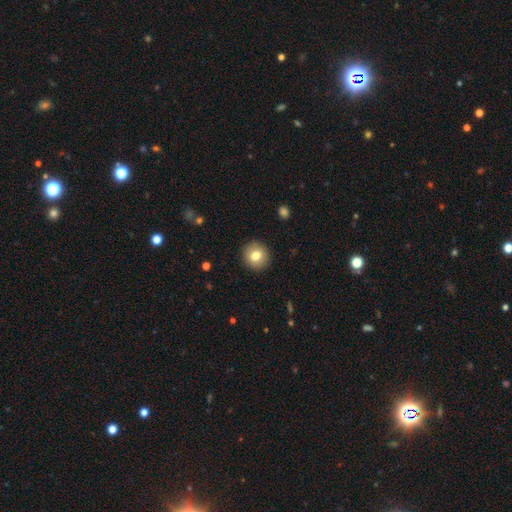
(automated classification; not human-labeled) This appears to be a smooth galaxy with no disk features (79%) that is round (92%). Merging: none (92%).